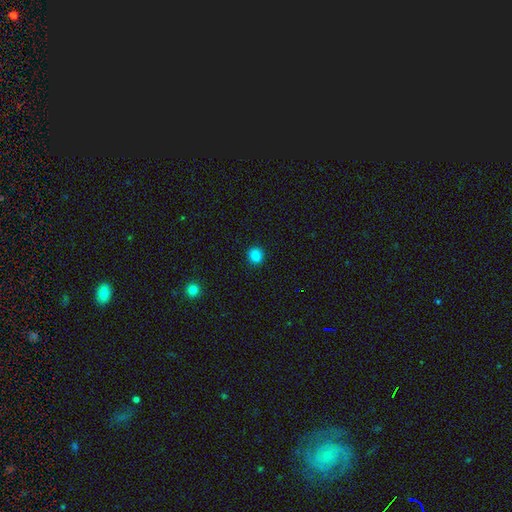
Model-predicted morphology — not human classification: smooth-or-featured: smooth: 85% | star or artifact: 12% | featured or disk: 3%
  how-rounded: round: 89% | in between: 10% | cigar-shaped: 1%
  merging: none: 92% | minor disturbance: 5% | major disturbance: 2% | merger: 1%